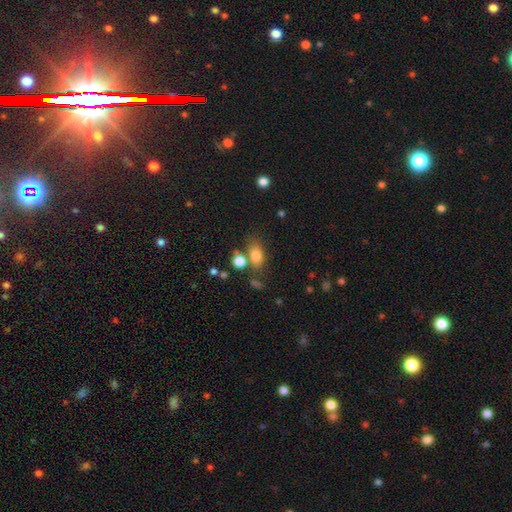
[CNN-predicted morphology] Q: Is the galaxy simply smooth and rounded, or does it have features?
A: smooth — 80%.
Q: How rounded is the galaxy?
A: in between — 78%.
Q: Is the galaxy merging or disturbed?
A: none — 57%.